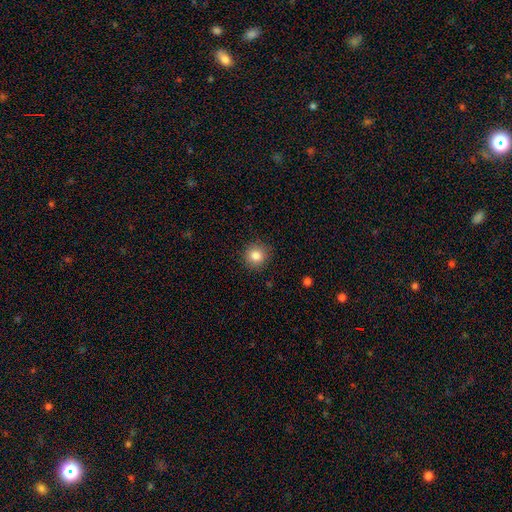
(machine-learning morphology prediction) This appears to be a smooth galaxy with no disk features (84%) that is round (91%). Merging: none (89%).